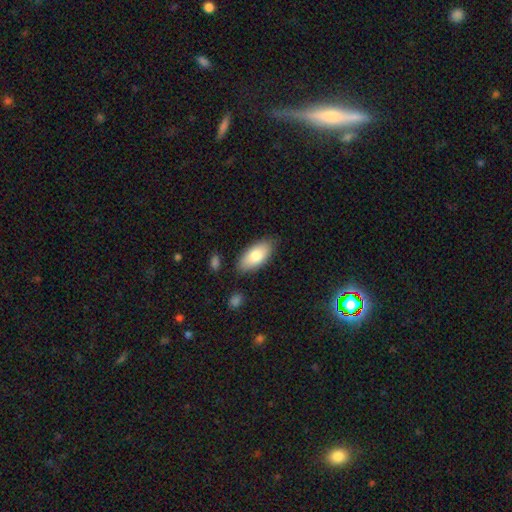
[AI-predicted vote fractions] Q: Smooth or featured?
A: smooth (79%); runner-up: featured or disk (15%)
Q: How rounded?
A: in between (91%); runner-up: cigar-shaped (7%)
Q: Merging?
A: none (83%); runner-up: minor disturbance (12%)